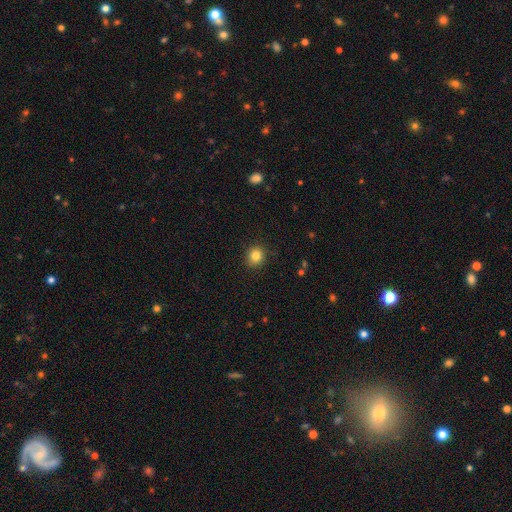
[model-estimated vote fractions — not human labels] This is clearly a smooth galaxy (84%). How rounded: clearly round (85%). Merging: clearly none (90%).